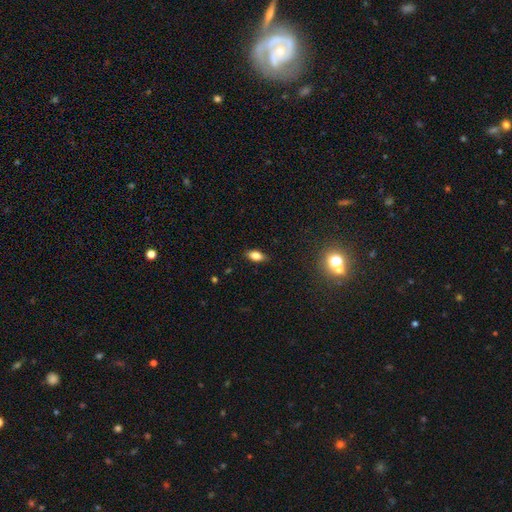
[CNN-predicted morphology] Smooth or featured? smooth (78%)
How rounded? in between (85%)
Merging? none (84%)